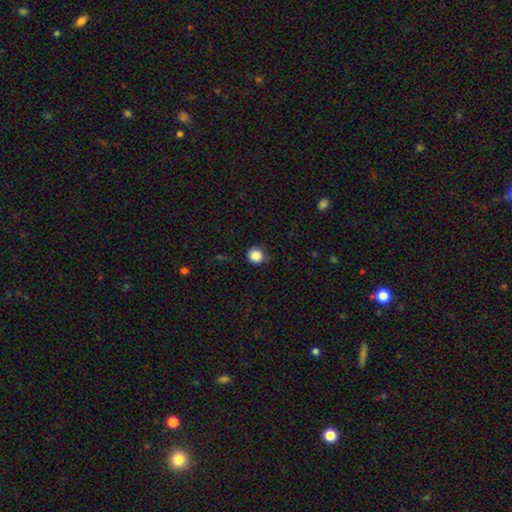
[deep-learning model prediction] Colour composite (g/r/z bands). It shows a smooth galaxy with no disk features (87%) that is round (91%). Merging: none (80%).